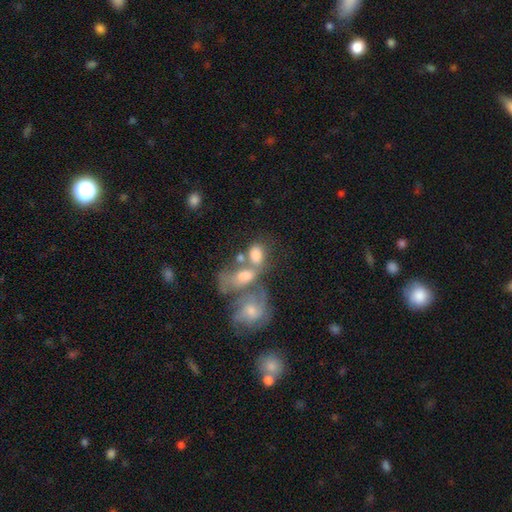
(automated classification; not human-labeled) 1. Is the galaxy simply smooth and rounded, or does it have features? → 60% smooth, 29% featured or disk, 11% star or artifact.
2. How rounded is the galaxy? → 73% in between, 25% round, 2% cigar-shaped.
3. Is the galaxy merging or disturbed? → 59% merger, 20% none, 10% major disturbance, 10% minor disturbance.